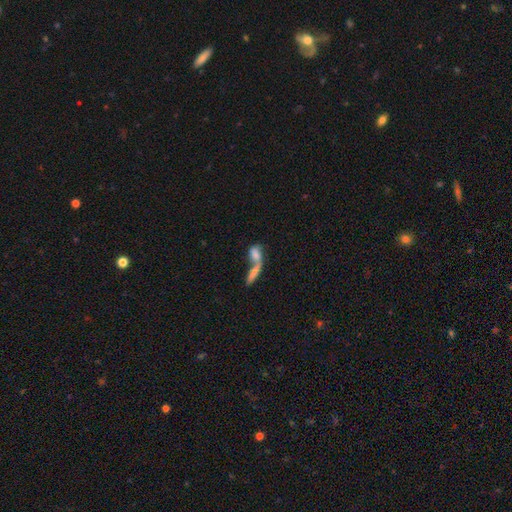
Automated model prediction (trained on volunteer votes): A smooth galaxy with no disk features (61%) that is in between round and cigar-shaped (57%).

Vote fractions:
- Smooth or featured? smooth: 61% / featured or disk: 29% / star or artifact: 10%
- How rounded? in between: 57% / cigar-shaped: 34% / round: 9%
- Merging? merger: 70% / none: 16% / major disturbance: 8% / minor disturbance: 6%